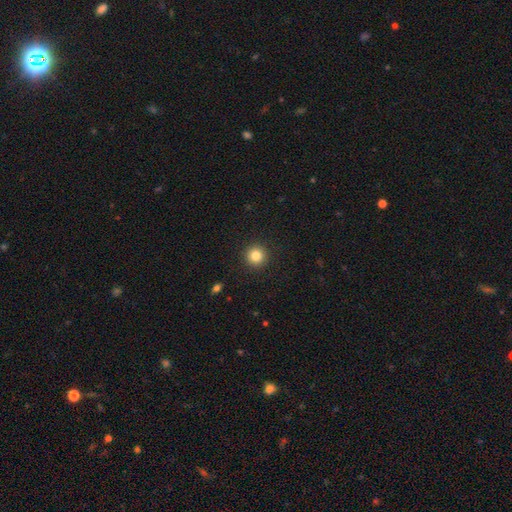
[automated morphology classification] This appears to be a smooth galaxy with no disk features (84%) that is round (95%). Merging: none (92%).